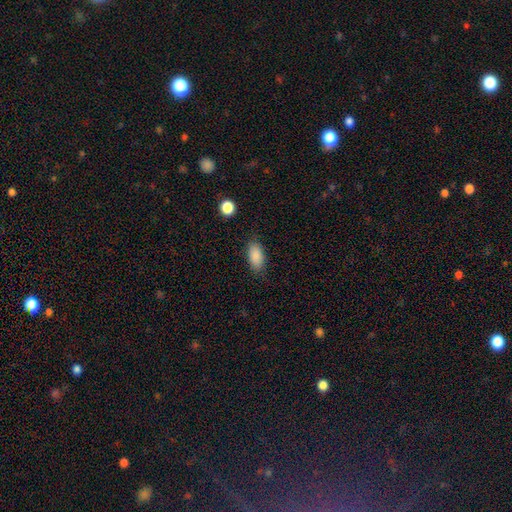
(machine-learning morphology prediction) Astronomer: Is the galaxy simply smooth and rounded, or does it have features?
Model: smooth — 88%.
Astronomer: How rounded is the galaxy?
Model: in between — 91%.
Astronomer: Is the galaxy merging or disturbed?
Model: none — 83%.